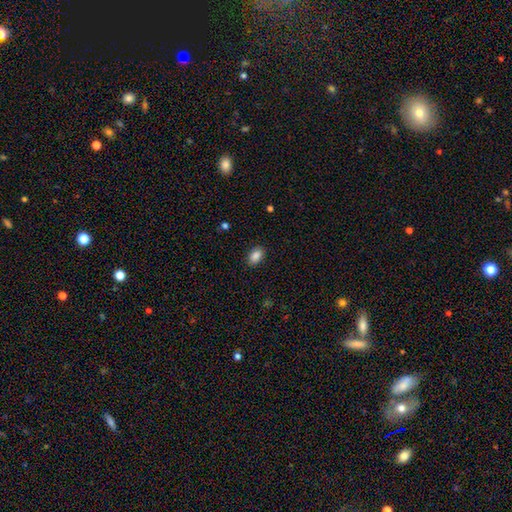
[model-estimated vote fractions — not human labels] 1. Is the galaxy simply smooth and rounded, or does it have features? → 87% smooth, 8% star or artifact, 5% featured or disk.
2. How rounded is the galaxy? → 88% in between, 11% round, 1% cigar-shaped.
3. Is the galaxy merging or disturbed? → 88% none, 9% minor disturbance, 2% major disturbance, 1% merger.